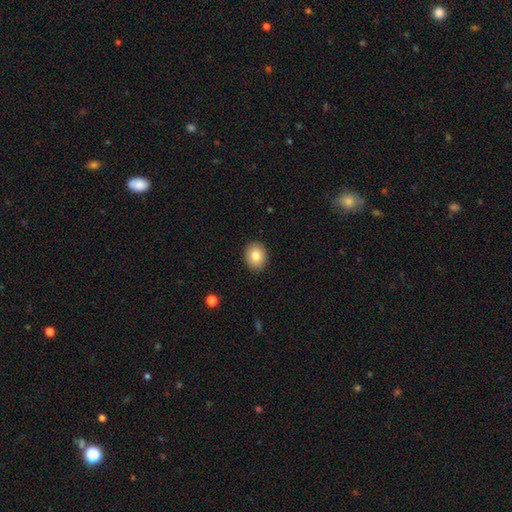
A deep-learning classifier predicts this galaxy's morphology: smooth_or_featured: smooth (p=0.82) [alt: featured or disk p=0.10]
how_rounded: round (p=0.54) [alt: in between p=0.45]
merging: none (p=0.90) [alt: minor disturbance p=0.07]